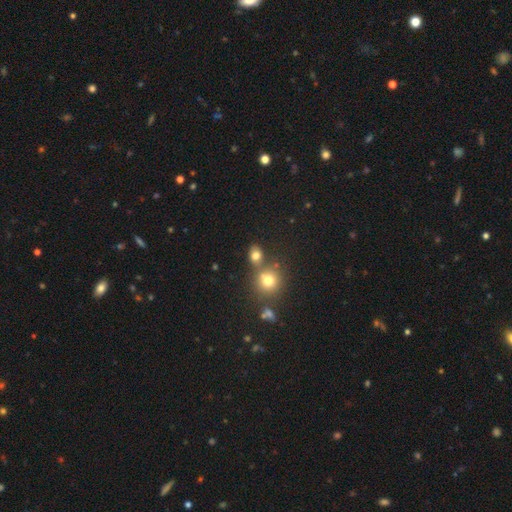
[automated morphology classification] Overall: smooth (75%). How rounded: round (51%; in between 48%). Merging: none (62%; merger 22%).